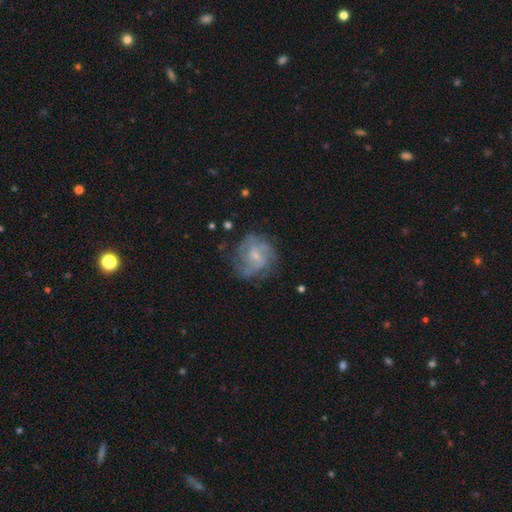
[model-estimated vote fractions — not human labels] featured or disk 70%, smooth 22%, star or artifact 8%. Down the decision tree: edge-on disk — no (98%); bar — no (51%); spiral arms — yes (82%); spiral arm count — can't tell (37%); spiral winding — medium (45%); bulge size — small (66%); merging — none (64%).